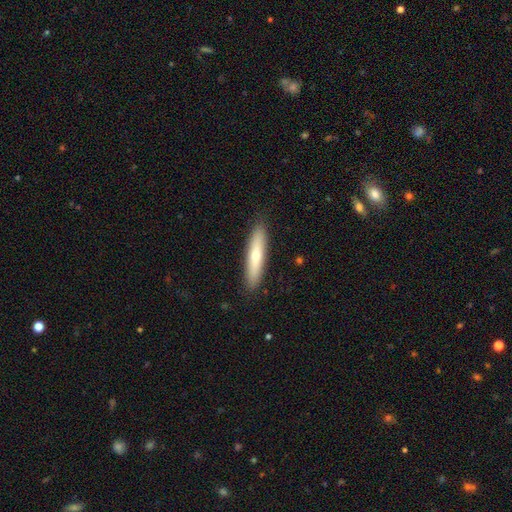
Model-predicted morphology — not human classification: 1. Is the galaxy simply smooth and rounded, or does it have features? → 60% smooth, 34% featured or disk, 6% star or artifact.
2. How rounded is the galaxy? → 84% cigar-shaped, 14% in between, 2% round.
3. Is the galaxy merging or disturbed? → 89% none, 8% minor disturbance, 2% major disturbance, 1% merger.